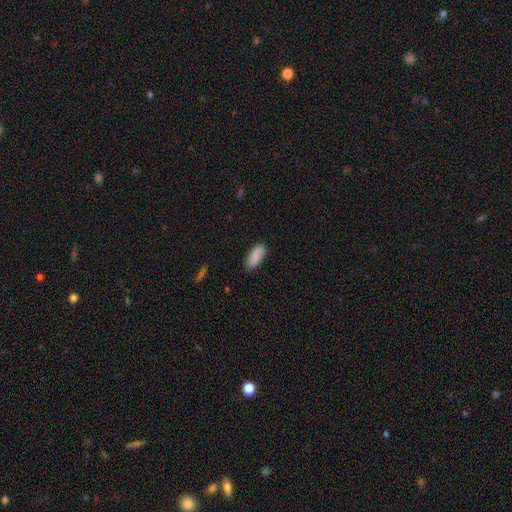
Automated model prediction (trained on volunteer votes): This is clearly a smooth galaxy (87%). How rounded: clearly in between (81%). Merging: clearly none (84%).